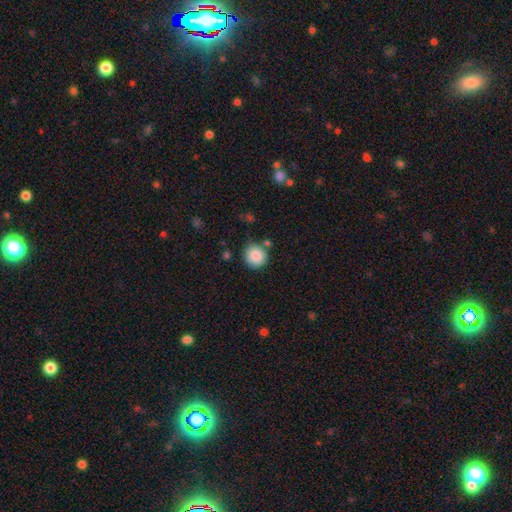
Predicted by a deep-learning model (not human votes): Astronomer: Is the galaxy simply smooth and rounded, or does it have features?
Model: smooth — 87%.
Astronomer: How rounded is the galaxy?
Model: round — 93%.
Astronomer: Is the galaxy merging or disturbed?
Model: none — 82%.